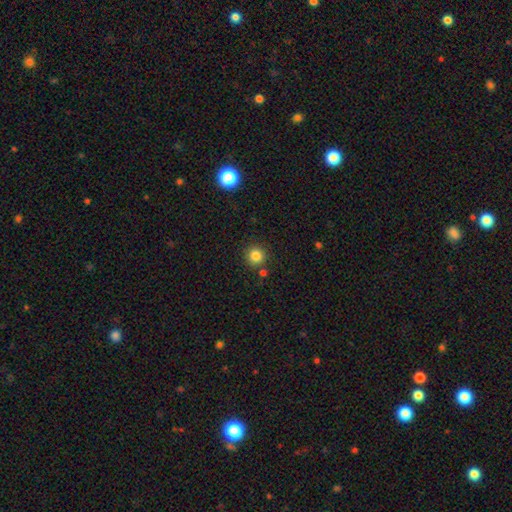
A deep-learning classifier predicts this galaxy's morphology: smooth 83%, star or artifact 12%, featured or disk 5%. Down the decision tree: how rounded — round (94%); merging — none (85%).